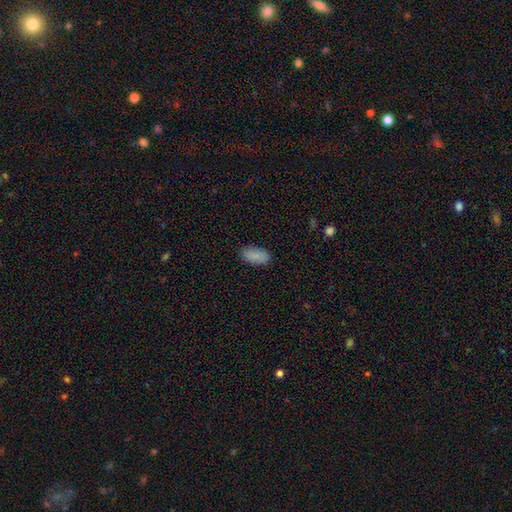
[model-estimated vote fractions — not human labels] Smooth or featured? smooth (88%)
How rounded? in between (94%)
Merging? none (86%)